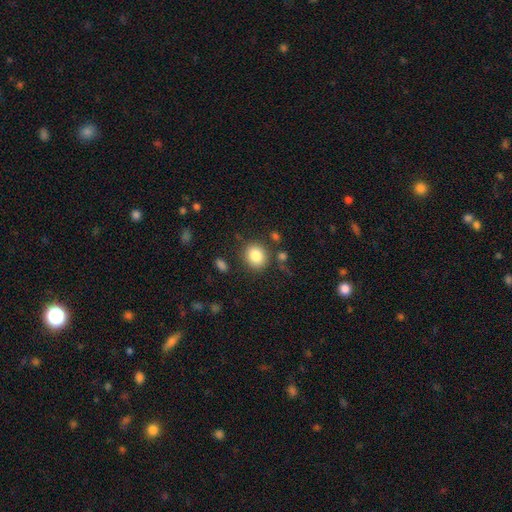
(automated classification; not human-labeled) smooth_or_featured: smooth (p=0.84) [alt: star or artifact p=0.09]
how_rounded: round (p=0.73) [alt: in between p=0.26]
merging: none (p=0.81) [alt: minor disturbance p=0.10]